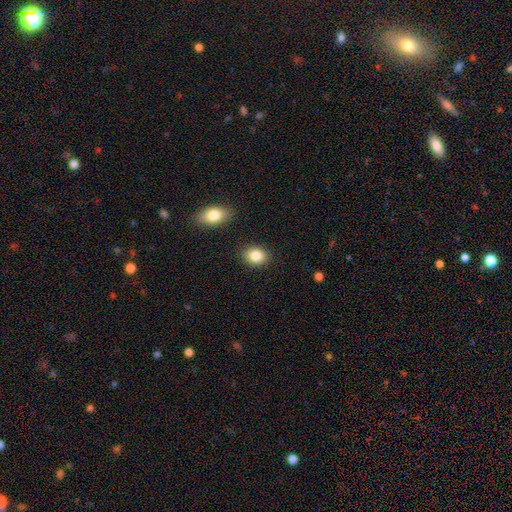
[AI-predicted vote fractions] Smooth or featured?
  - smooth: 85% *
  - star or artifact: 9%
  - featured or disk: 7%
How rounded?
  - in between: 57% *
  - round: 42%
  - cigar-shaped: 1%
Merging?
  - none: 88% *
  - minor disturbance: 8%
  - merger: 2%
  - major disturbance: 2%